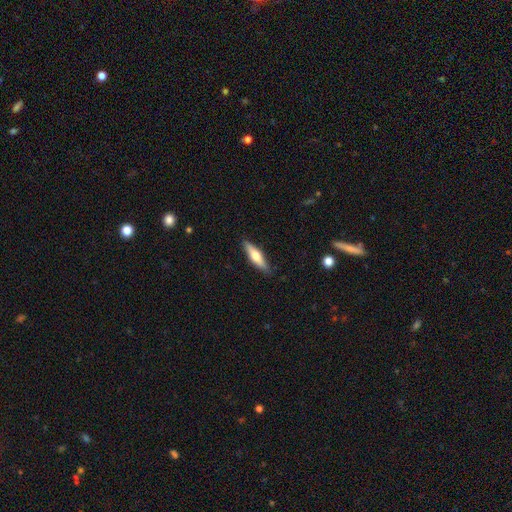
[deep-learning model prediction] Smooth or featured?
  - smooth: 54% *
  - featured or disk: 41%
  - star or artifact: 6%
How rounded?
  - cigar-shaped: 69% *
  - in between: 29%
  - round: 2%
Merging?
  - none: 88% *
  - minor disturbance: 9%
  - major disturbance: 2%
  - merger: 1%